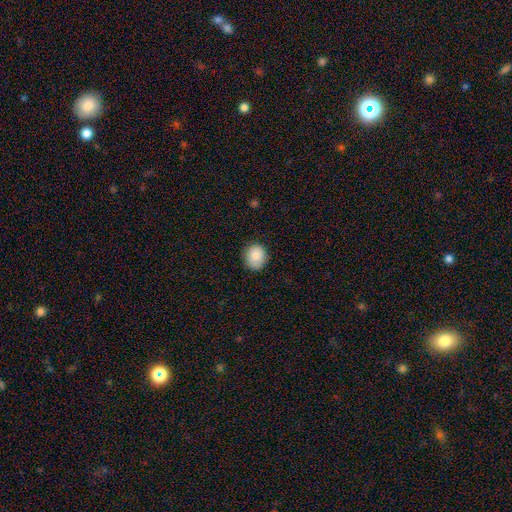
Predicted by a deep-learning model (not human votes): smooth-or-featured: smooth: 87% | star or artifact: 8% | featured or disk: 5%
  how-rounded: round: 65% | in between: 34% | cigar-shaped: 1%
  merging: none: 83% | minor disturbance: 13% | major disturbance: 3% | merger: 1%